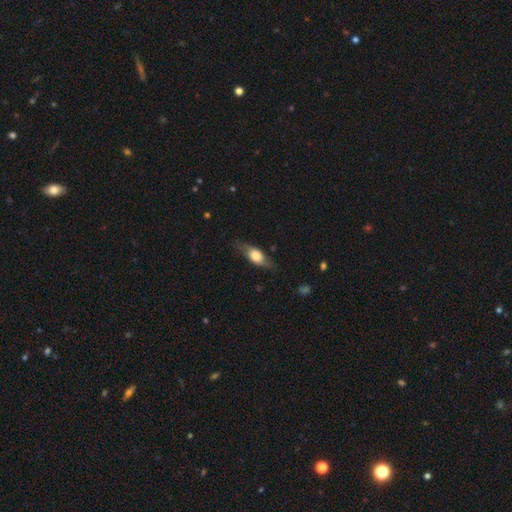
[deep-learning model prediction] smooth-or-featured: smooth: 59% | featured or disk: 34% | star or artifact: 6%
  how-rounded: in between: 70% | cigar-shaped: 24% | round: 5%
  merging: none: 72% | minor disturbance: 20% | major disturbance: 6% | merger: 1%